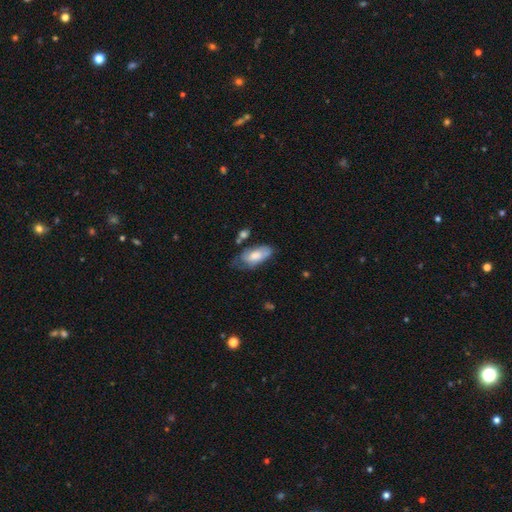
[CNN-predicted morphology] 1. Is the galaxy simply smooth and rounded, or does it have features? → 62% smooth, 31% featured or disk, 6% star or artifact.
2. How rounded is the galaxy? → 89% in between, 8% cigar-shaped, 3% round.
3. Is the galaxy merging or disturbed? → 39% none, 35% minor disturbance, 18% major disturbance, 7% merger.